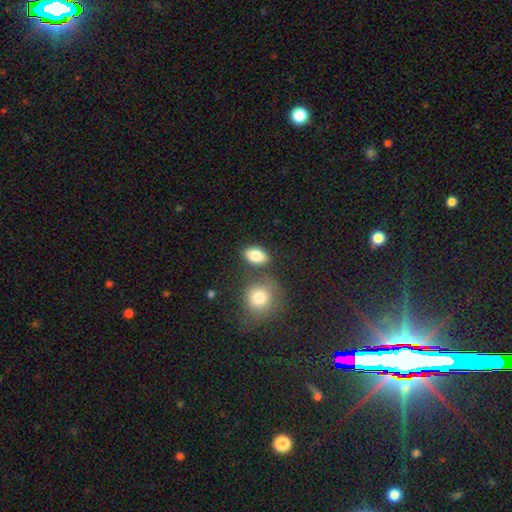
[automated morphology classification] A smooth galaxy with no disk features (85%) that is in between round and cigar-shaped (85%).

Vote fractions:
- Smooth or featured? smooth: 85% / star or artifact: 9% / featured or disk: 7%
- How rounded? in between: 85% / round: 12% / cigar-shaped: 2%
- Merging? none: 71% / minor disturbance: 13% / merger: 12% / major disturbance: 4%